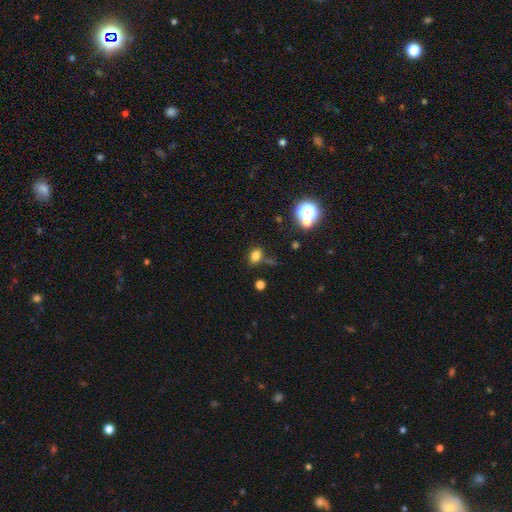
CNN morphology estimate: This is likely a smooth galaxy (75%). How rounded: likely in between (70%). Merging: likely none (64%).